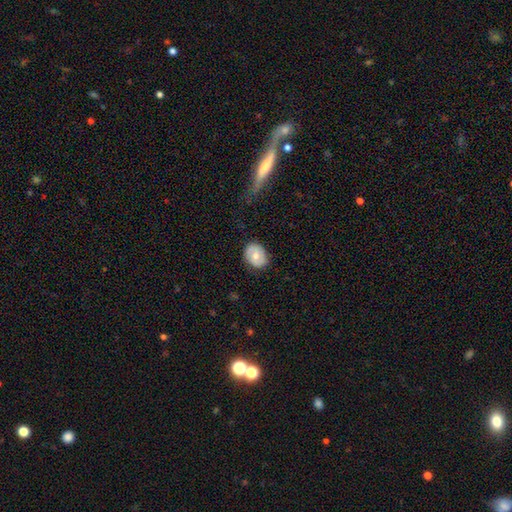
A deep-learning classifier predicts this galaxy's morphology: A smooth galaxy with no disk features (61%) that is round (54%). Merging: none (79%).